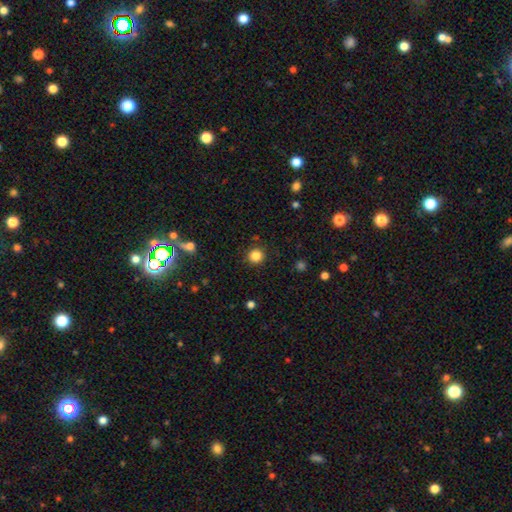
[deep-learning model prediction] Smooth or featured? smooth (85%)
How rounded? round (93%)
Merging? none (90%)